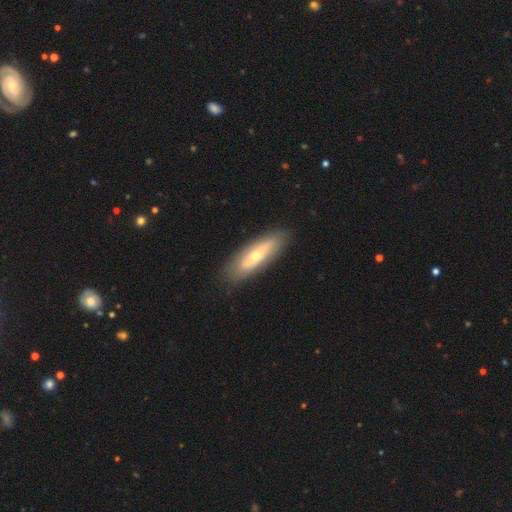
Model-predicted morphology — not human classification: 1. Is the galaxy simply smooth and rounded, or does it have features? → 48% featured or disk, 46% smooth, 6% star or artifact.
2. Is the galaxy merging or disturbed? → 86% none, 10% minor disturbance, 3% major disturbance, 1% merger.